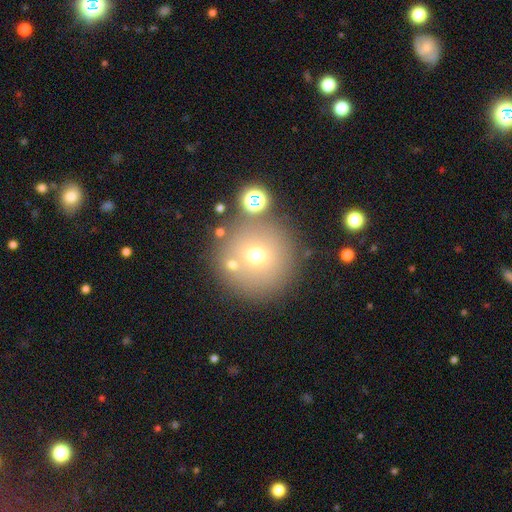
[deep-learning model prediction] This is likely a smooth galaxy (64%). How rounded: clearly round (95%). Merging: likely none (79%).